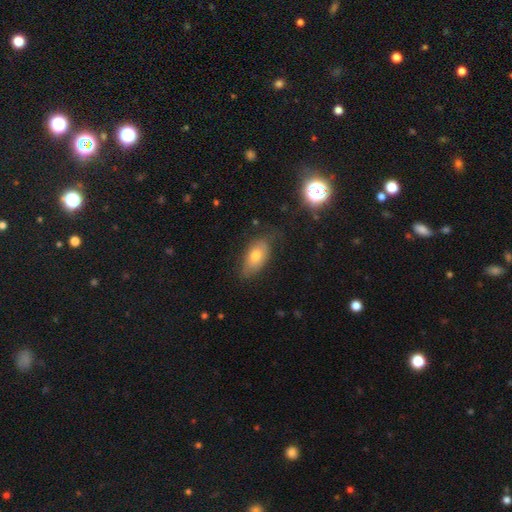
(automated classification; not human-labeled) This appears to be a smooth galaxy with no disk features (71%) that is in between round and cigar-shaped (89%). Merging: none (66%).